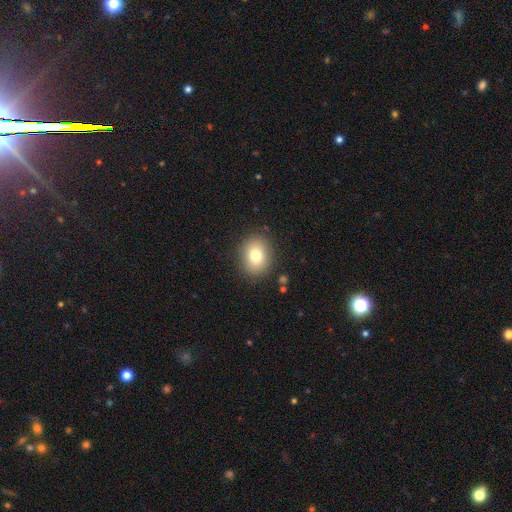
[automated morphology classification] Q: Smooth or featured?
A: smooth (78%); runner-up: featured or disk (11%)
Q: How rounded?
A: round (56%); runner-up: in between (43%)
Q: Merging?
A: none (87%); runner-up: minor disturbance (9%)